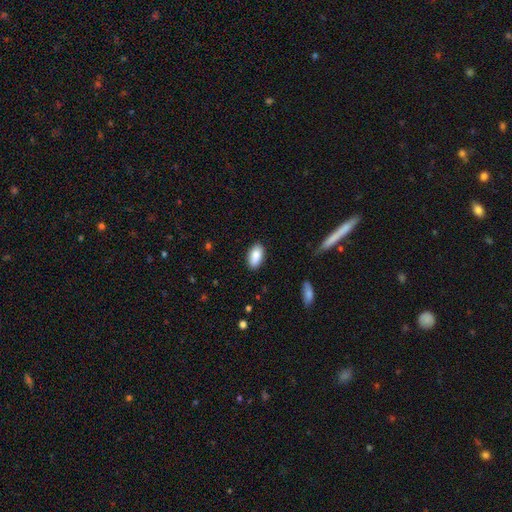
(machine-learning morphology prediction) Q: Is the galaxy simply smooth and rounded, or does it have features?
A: smooth — 88%.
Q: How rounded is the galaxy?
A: in between — 94%.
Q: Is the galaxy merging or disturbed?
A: none — 86%.